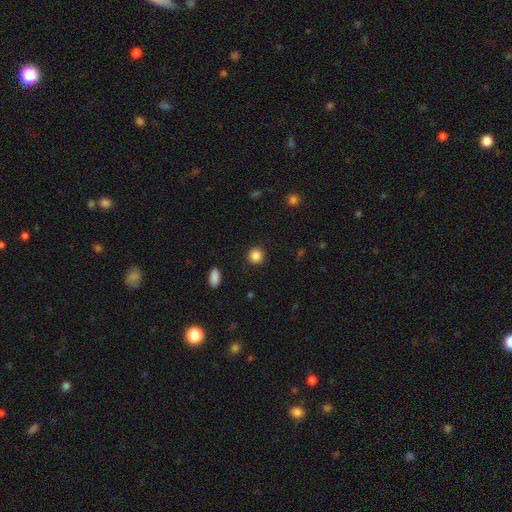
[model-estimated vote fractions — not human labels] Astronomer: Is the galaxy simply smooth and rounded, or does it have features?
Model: smooth — 86%.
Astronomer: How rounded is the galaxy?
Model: round — 91%.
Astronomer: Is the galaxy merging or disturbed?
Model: none — 91%.